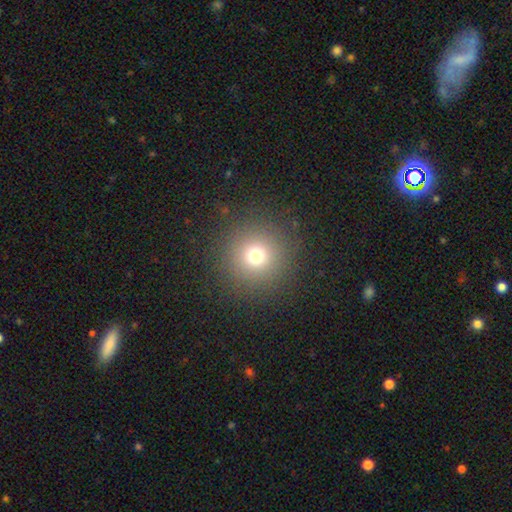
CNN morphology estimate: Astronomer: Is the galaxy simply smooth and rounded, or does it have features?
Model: smooth — 71%.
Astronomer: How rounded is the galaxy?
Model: round — 95%.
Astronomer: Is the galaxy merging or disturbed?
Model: none — 89%.